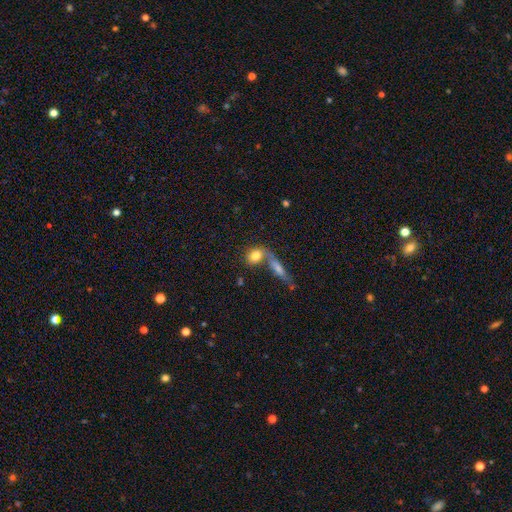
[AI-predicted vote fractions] smooth_or_featured: smooth (p=0.76) [alt: featured or disk p=0.14]
how_rounded: in between (p=0.55) [alt: round p=0.37]
merging: none (p=0.44) [alt: merger p=0.39]